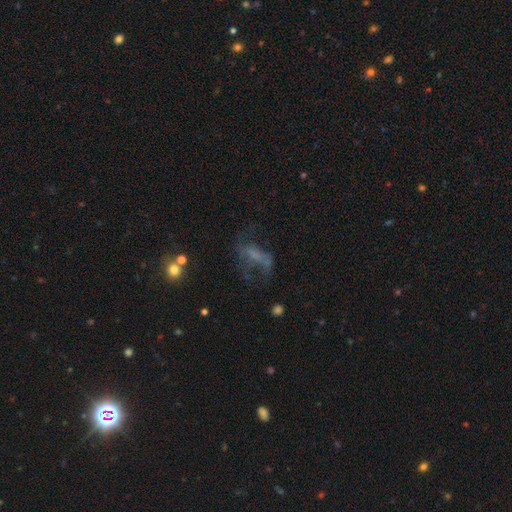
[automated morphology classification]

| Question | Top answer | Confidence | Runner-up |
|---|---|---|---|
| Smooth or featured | featured or disk | 46% | smooth (31%) |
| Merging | major disturbance | 38% | none (37%) |